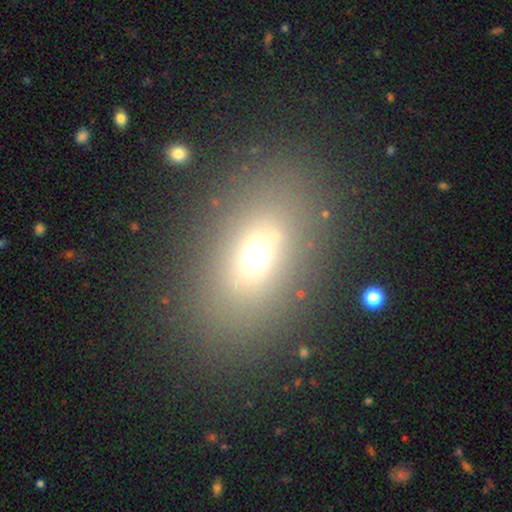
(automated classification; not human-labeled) Smooth or featured? Predicted: smooth (p=0.63). How rounded? Predicted: in between (p=0.78). Merging? Predicted: none (p=0.82).